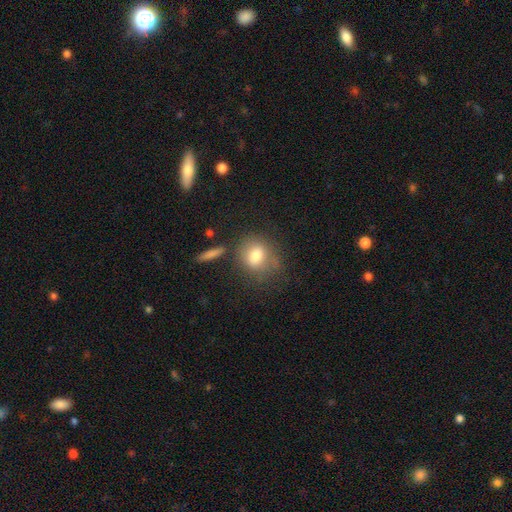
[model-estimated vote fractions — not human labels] This appears to be a smooth galaxy with no disk features (78%) that is round (59%). Merging: none (63%).